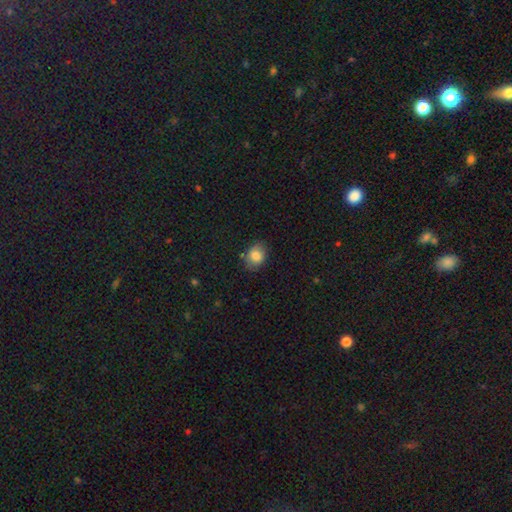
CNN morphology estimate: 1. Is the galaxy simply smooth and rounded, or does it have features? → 82% smooth, 9% star or artifact, 9% featured or disk.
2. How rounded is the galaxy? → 58% in between, 41% round, 1% cigar-shaped.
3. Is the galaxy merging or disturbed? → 75% none, 19% minor disturbance, 4% major disturbance, 2% merger.